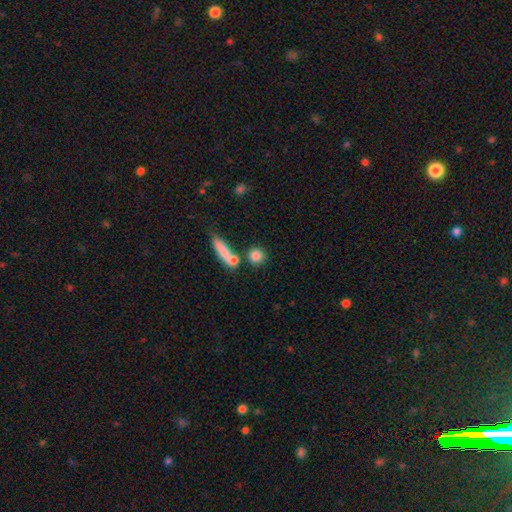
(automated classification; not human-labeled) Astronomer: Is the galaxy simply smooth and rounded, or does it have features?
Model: smooth — 81%.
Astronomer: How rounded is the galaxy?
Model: round — 80%.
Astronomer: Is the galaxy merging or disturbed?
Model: none — 69%.